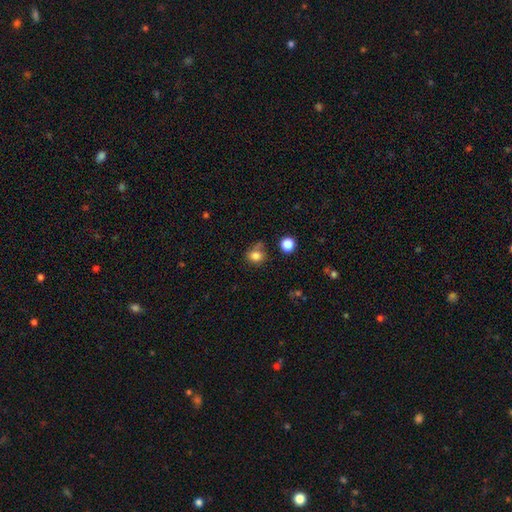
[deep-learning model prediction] The model was most divided on "how rounded": round: 69%, in between: 30%, cigar-shaped: 1%. More confident: smooth or featured — smooth (81%); merging — none (61%).